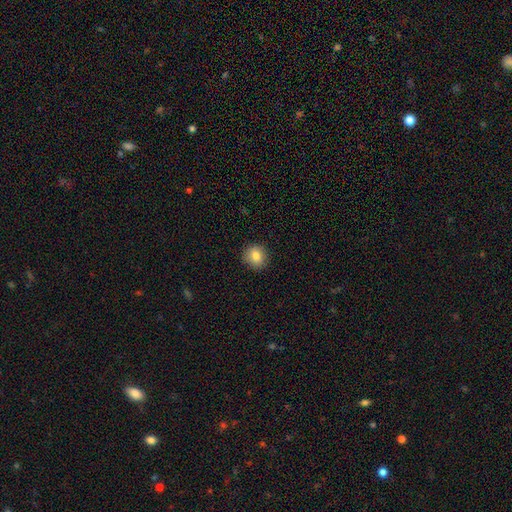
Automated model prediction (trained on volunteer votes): smooth_or_featured: smooth (p=0.83) [alt: star or artifact p=0.09]
how_rounded: round (p=0.86) [alt: in between p=0.13]
merging: none (p=0.90) [alt: minor disturbance p=0.07]